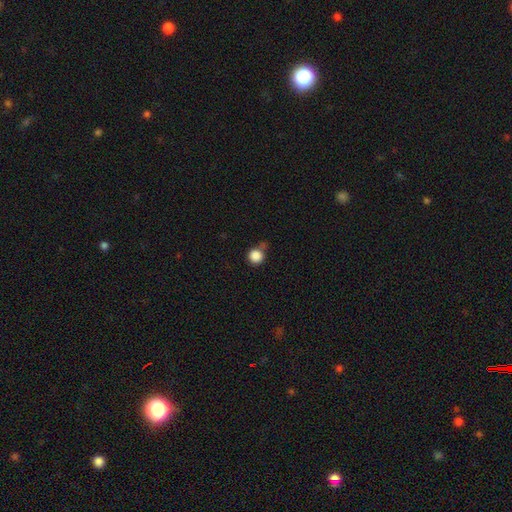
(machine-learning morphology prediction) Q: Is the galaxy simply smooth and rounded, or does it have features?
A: smooth — 86%.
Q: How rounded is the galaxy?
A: round — 93%.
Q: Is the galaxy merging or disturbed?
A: none — 62%.